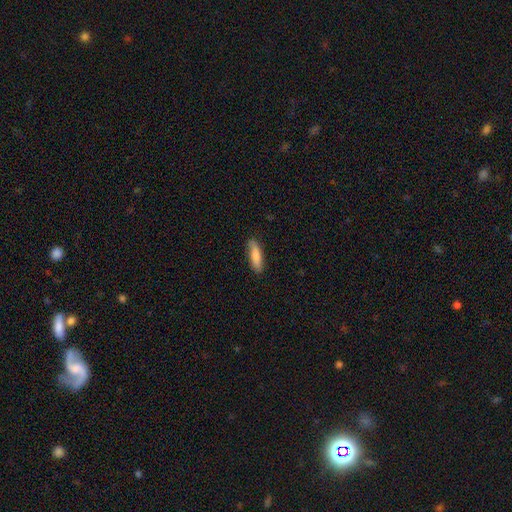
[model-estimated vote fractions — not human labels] smooth-or-featured: smooth: 79% | featured or disk: 15% | star or artifact: 6%
  how-rounded: cigar-shaped: 61% | in between: 37% | round: 2%
  merging: none: 84% | minor disturbance: 13% | major disturbance: 2% | merger: 1%